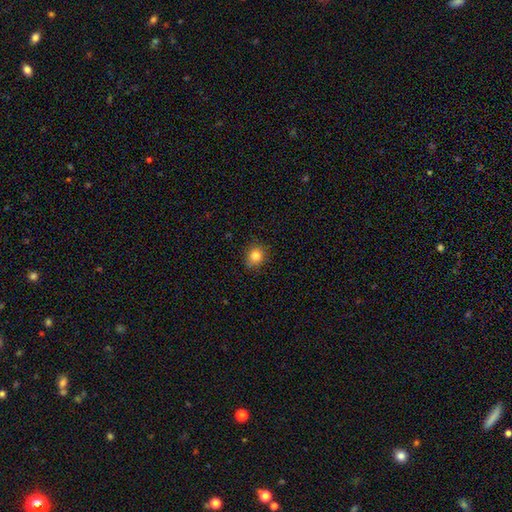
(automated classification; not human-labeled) Morphology: type=smooth (83%); roundness=round (79%); merging=none (86%).